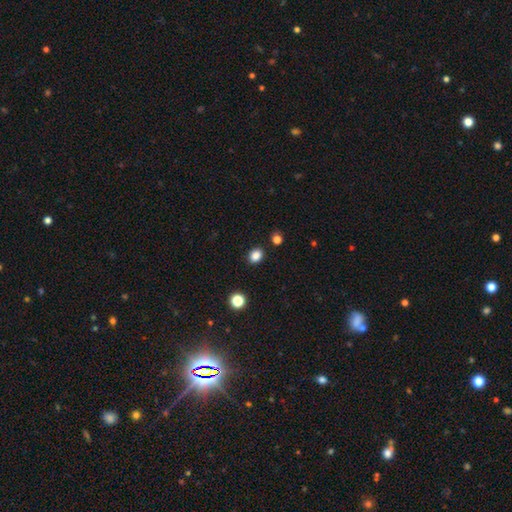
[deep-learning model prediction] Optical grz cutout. It shows a smooth galaxy with no disk features (85%) that is in between round and cigar-shaped (58%). Merging: none (87%).